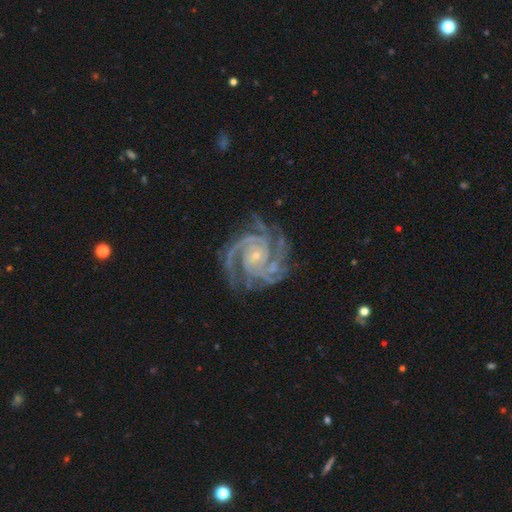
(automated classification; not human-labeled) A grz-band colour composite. It shows a featured or disk galaxy (93%) with no bar (71%), 3 (32%) tight (70%) spiral arms (99%) and a small central bulge (83%). Merging: none (75%).